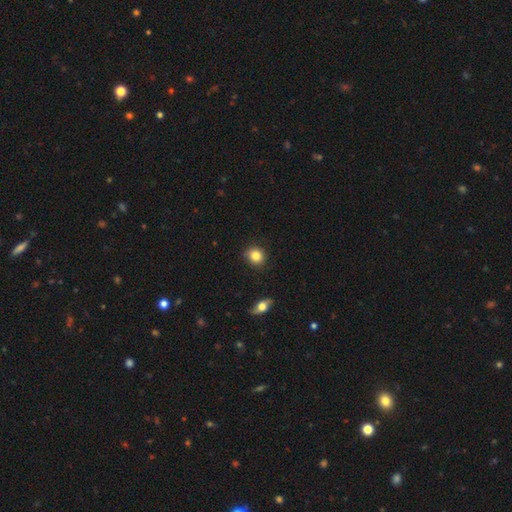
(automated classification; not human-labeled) This appears to be a smooth galaxy with no disk features (84%) that is round (84%). Merging: none (88%).